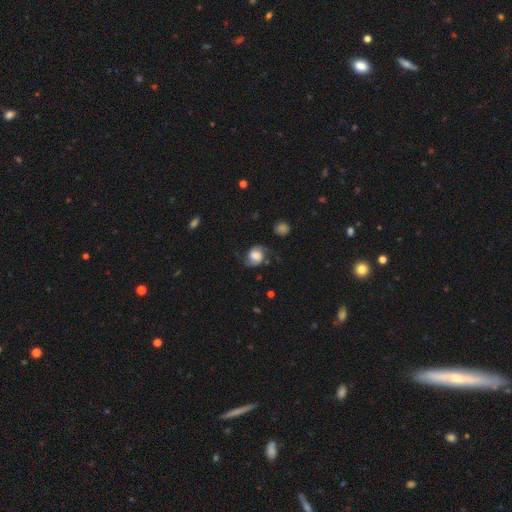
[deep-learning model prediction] Smooth or featured: featured or disk — 60% (smooth — 31%)
Edge-on disk: no — 97% (yes — 3%)
Bar: no — 56% (weak — 35%)
Spiral arms: yes — 92% (no — 8%)
Spiral winding: medium — 43% (loose — 40%)
Spiral arm count: 2 — 89% (can't tell — 4%)
Bulge size: large — 37% (moderate — 30%)
Merging: none — 65% (minor disturbance — 21%)